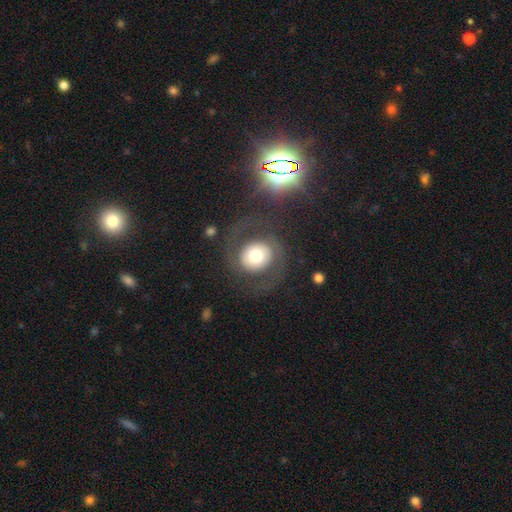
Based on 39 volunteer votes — A featured or disk galaxy (64%) with no bar (84%), 2 (100%) medium (61%) spiral arms (92%) and a large central bulge (40%).

Vote fractions:
- Smooth or featured? featured or disk: 64% / smooth: 33% / star or artifact: 3%
- Edge-on disk? no: 100% / yes: 0%
- Bar? no: 84% / strong: 12% / weak: 4%
- Spiral arms? yes: 92% / no: 8%
- Spiral winding? medium: 61% / loose: 22% / tight: 17%
- Spiral arm count? 2: 100% / 1: 0% / 3: 0% / 4: 0% / more than 4: 0% / can't tell: 0%
- Bulge size? large: 40% / dominant: 32% / moderate: 28% / small: 0% / none: 0%
- Merging? none: 84% / minor disturbance: 11% / major disturbance: 5% / merger: 0%